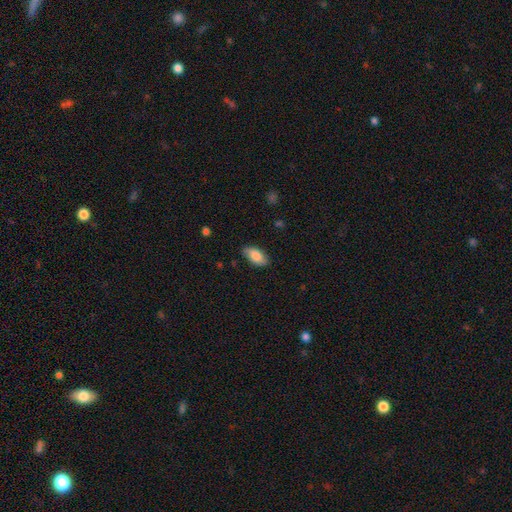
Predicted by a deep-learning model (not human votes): Overall: smooth (83%). How rounded: in between (92%). Merging: none (83%).